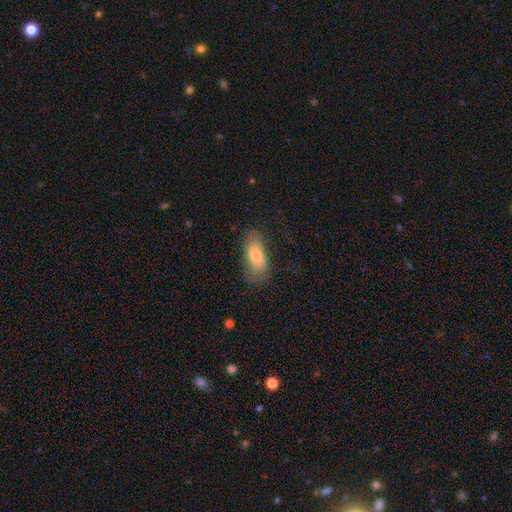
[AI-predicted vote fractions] Overall: smooth (71%). How rounded: in between (81%). Merging: none (60%; minor disturbance 25%).